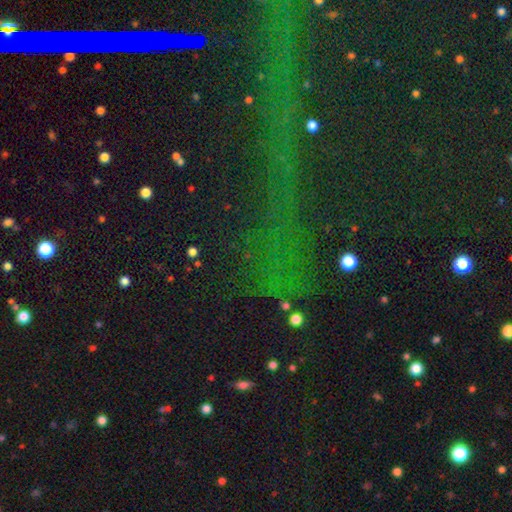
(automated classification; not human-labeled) smooth_or_featured: star or artifact (p=0.77) [alt: smooth p=0.13]